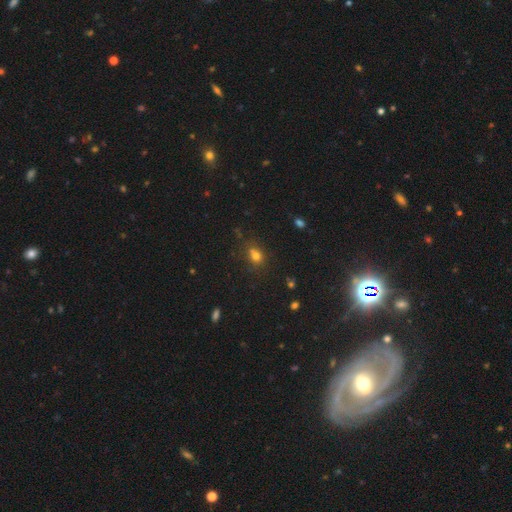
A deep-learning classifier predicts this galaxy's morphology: A smooth galaxy with no disk features (73%) that is round (55%). Merging: none (62%).